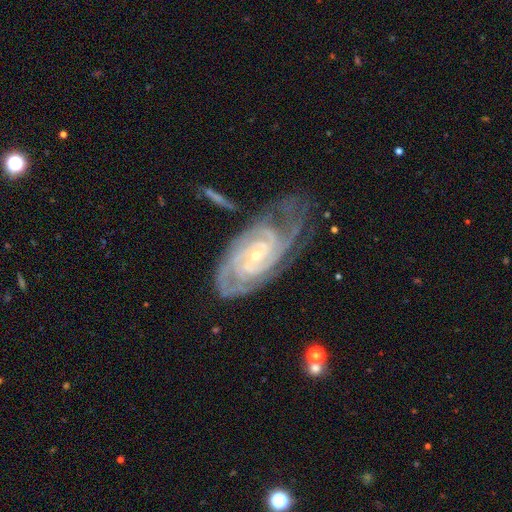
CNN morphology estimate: Smooth or featured? featured or disk (91%)
Edge-on disk? no (96%)
Bar? no (61%)
Spiral arms? yes (98%)
Spiral winding? tight (78%)
Spiral arm count? 4 (25%)
Bulge size? small (76%)
Merging? none (57%)